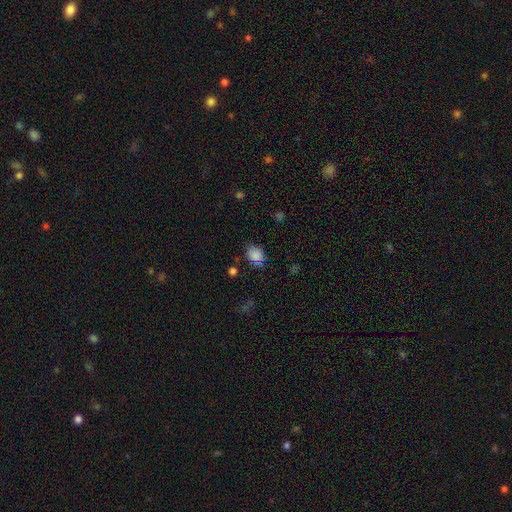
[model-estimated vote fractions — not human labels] This appears to be a smooth galaxy with no disk features (81%) that is round (60%). Merging: none (74%).